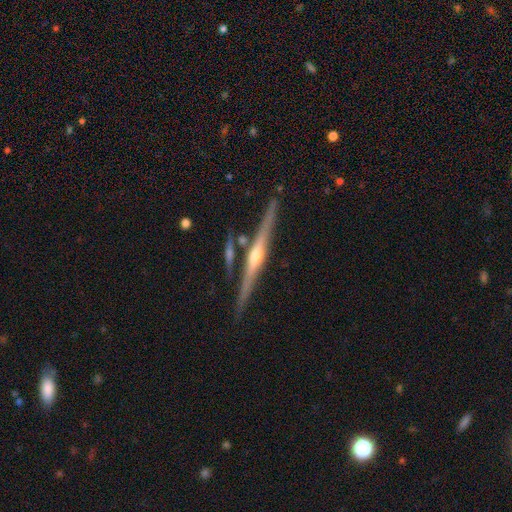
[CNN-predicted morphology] A featured or disk galaxy (82%) viewed edge-on (98%) with a rounded central bulge (87%).

Vote fractions:
- Smooth or featured? featured or disk: 82% / smooth: 12% / star or artifact: 6%
- Edge-on disk? yes: 98% / no: 2%
- Edge-on bulge? rounded: 87% / none: 8% / boxy: 6%
- Merging? none: 82% / minor disturbance: 10% / merger: 6% / major disturbance: 2%